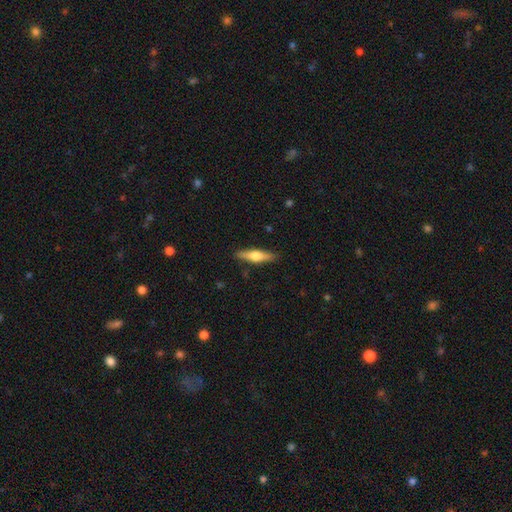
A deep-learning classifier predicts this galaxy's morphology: Smooth or featured?
  - featured or disk: 48% *
  - smooth: 46%
  - star or artifact: 6%
Merging?
  - none: 89% *
  - minor disturbance: 8%
  - major disturbance: 2%
  - merger: 1%